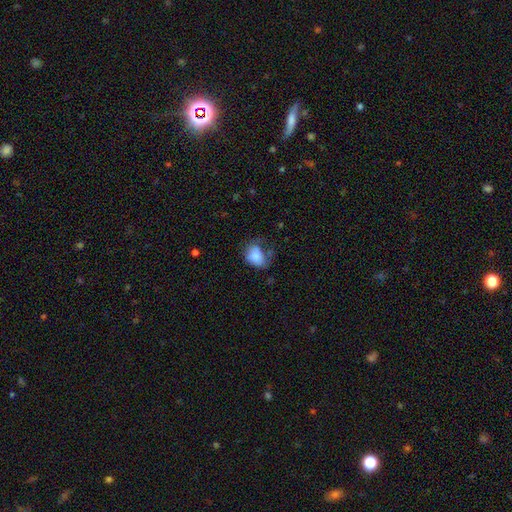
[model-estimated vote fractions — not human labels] The model was most divided on "merging": none: 36%, minor disturbance: 35%, major disturbance: 24%, merger: 5%. More confident: smooth or featured — smooth (81%); how rounded — in between (71%).